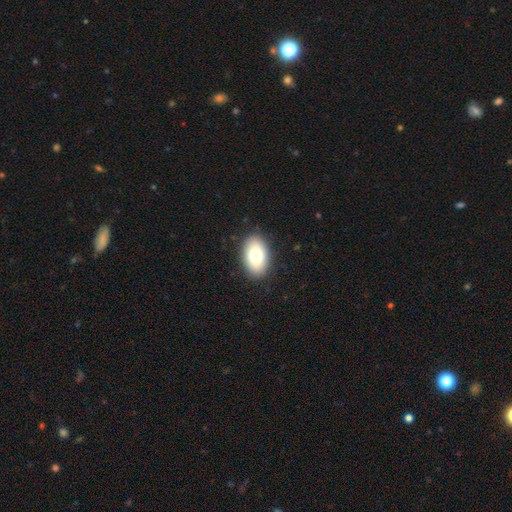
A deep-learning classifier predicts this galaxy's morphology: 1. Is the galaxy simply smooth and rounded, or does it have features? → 77% smooth, 16% featured or disk, 7% star or artifact.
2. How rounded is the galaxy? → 92% in between, 7% round, 1% cigar-shaped.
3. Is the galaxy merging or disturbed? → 88% none, 8% minor disturbance, 2% major disturbance, 1% merger.